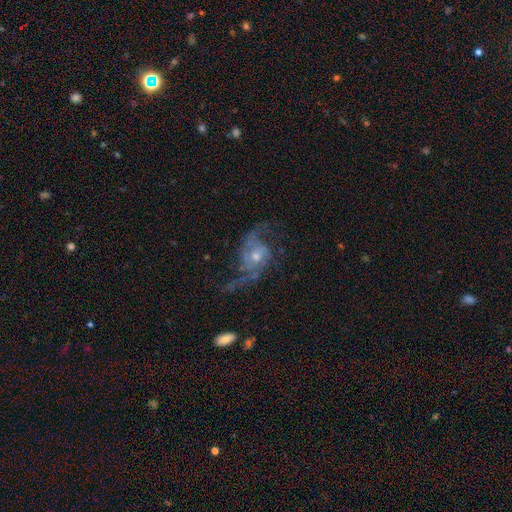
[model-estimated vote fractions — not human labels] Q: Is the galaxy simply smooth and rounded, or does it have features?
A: featured or disk — 82%.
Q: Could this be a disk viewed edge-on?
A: no — 96%.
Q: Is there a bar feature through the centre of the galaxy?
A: no — 65%.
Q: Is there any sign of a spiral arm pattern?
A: yes — 92%.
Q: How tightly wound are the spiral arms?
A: loose — 59%.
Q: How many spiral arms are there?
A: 2 — 78%.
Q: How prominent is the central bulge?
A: small — 48%.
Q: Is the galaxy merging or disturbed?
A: none — 47%.